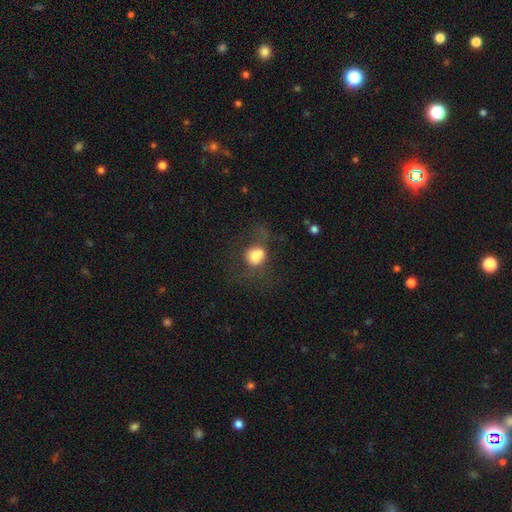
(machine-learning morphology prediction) This is likely a smooth galaxy (71%). How rounded: likely round (70%). Merging: marginally none (40%).